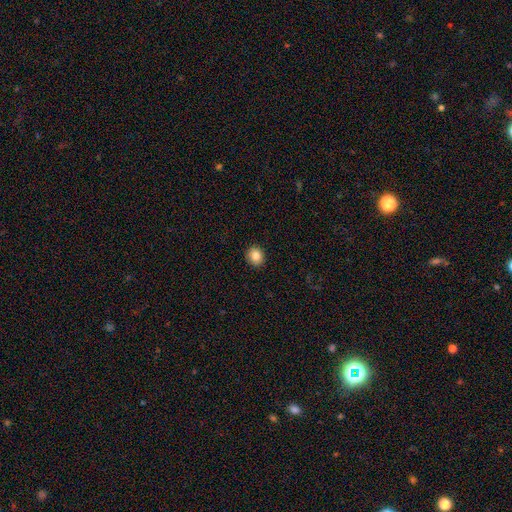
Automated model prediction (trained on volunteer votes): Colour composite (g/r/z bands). It shows a smooth galaxy with no disk features (84%) that is round (81%). Merging: none (92%).